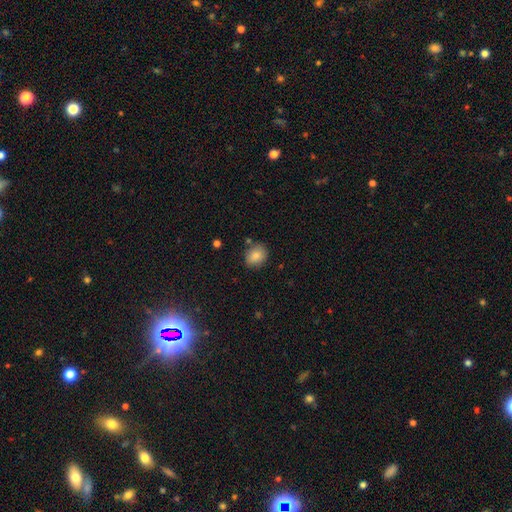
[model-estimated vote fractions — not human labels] Morphology: type=smooth (85%); roundness=round (57%); merging=none (80%).